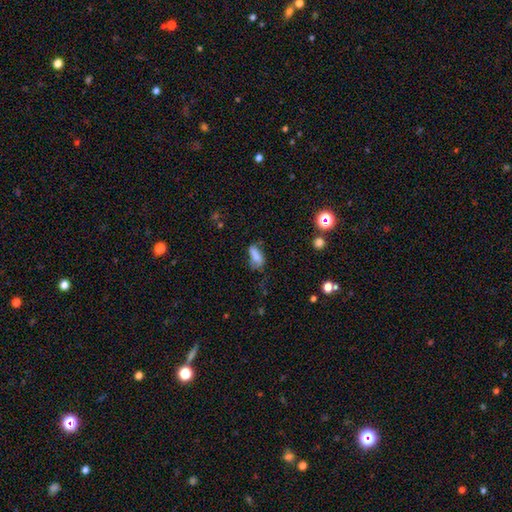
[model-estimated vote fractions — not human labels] This appears to be a smooth galaxy with no disk features (70%) that is in between round and cigar-shaped (76%). Merging: none (40%).